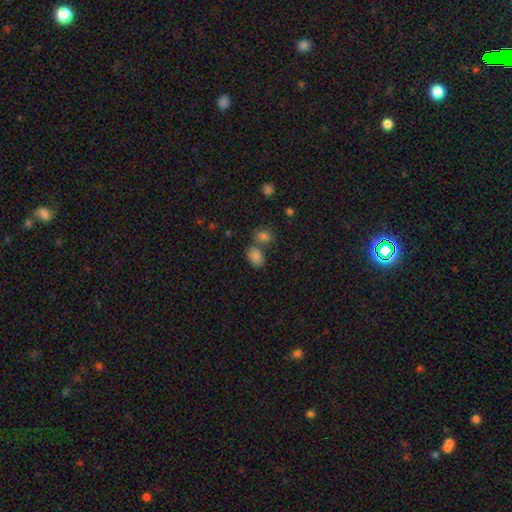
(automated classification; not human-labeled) Smooth or featured? Predicted: smooth (p=0.80). How rounded? Predicted: in between (p=0.79). Merging? Predicted: none (p=0.52).